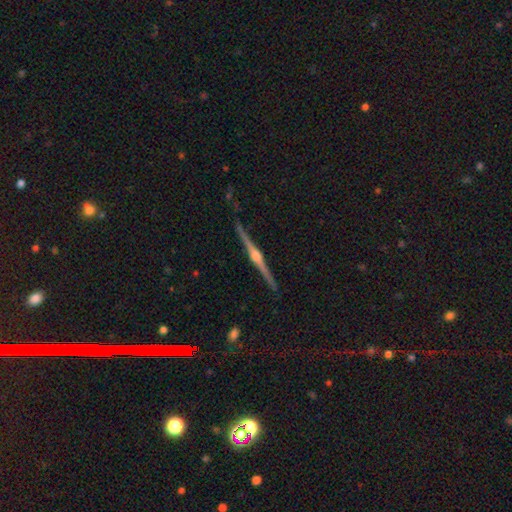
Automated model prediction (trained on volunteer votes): Smooth or featured: featured or disk — 89% (smooth — 6%)
Edge-on disk: yes — 99% (no — 1%)
Edge-on bulge: rounded — 93% (boxy — 4%)
Merging: none — 90% (minor disturbance — 7%)